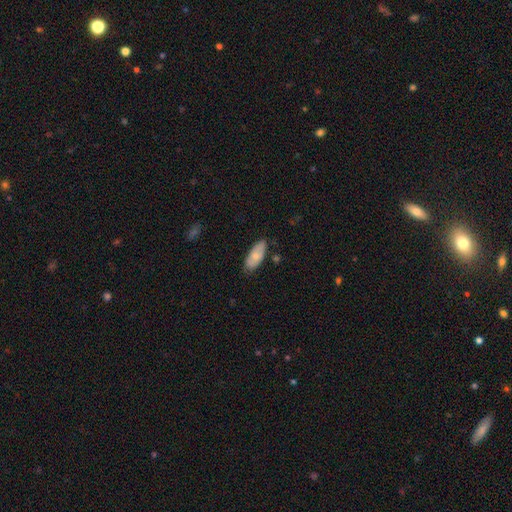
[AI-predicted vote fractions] Smooth or featured? Predicted: smooth (p=0.64). How rounded? Predicted: in between (p=0.88). Merging? Predicted: none (p=0.75).